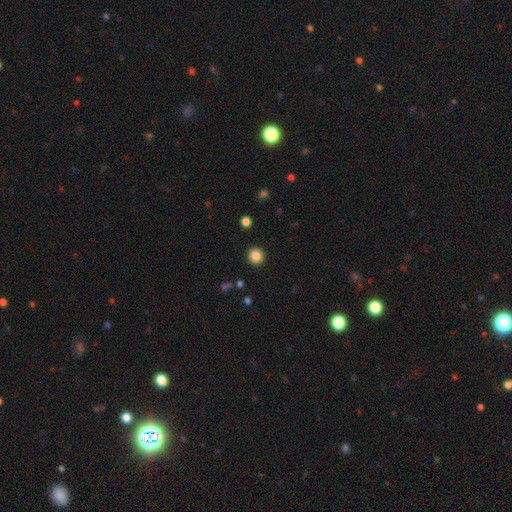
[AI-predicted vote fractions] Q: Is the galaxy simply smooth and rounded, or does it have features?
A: smooth — 85%.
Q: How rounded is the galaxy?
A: round — 94%.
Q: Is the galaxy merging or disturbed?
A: none — 92%.